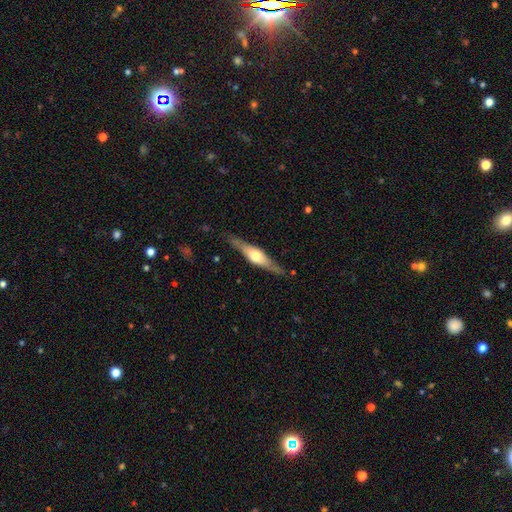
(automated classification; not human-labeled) Overall: featured or disk (68%). Edge-on disk: yes (95%). Edge-on bulge: rounded (88%). Merging: none (83%).